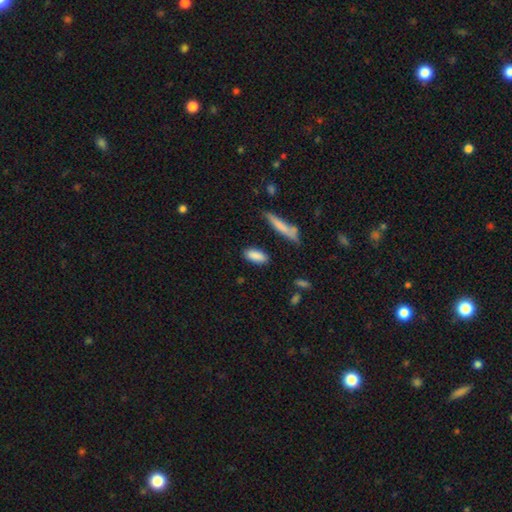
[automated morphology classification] smooth 87%, star or artifact 7%, featured or disk 6%. Down the decision tree: how rounded — in between (77%); merging — none (81%).